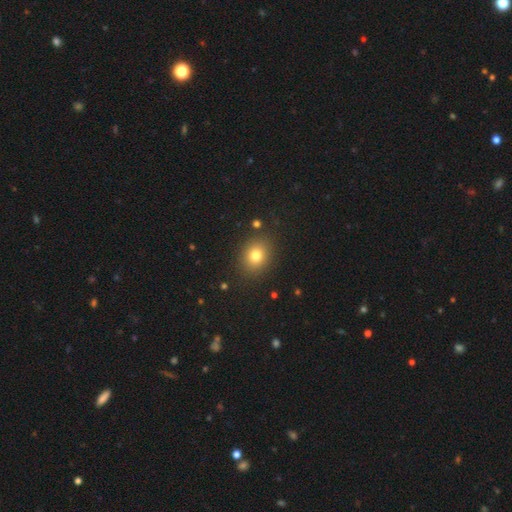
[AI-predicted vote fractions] Smooth or featured? Predicted: smooth (p=0.78). How rounded? Predicted: round (p=0.56). Merging? Predicted: none (p=0.87).